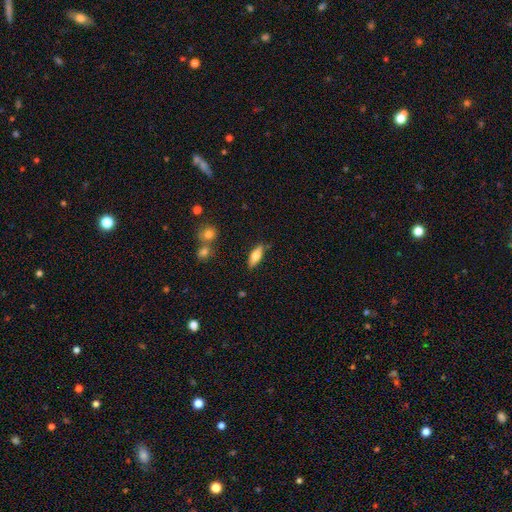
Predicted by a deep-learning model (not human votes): This is likely a smooth galaxy (64%). How rounded: possibly in between (60%). Merging: clearly none (83%).